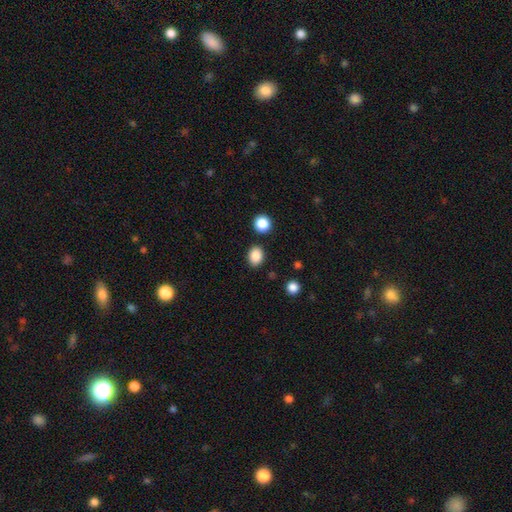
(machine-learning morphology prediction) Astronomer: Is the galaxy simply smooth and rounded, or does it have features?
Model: smooth — 87%.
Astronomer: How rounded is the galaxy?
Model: in between — 56% (runner-up: round, 43%).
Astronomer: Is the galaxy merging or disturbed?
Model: none — 86%.